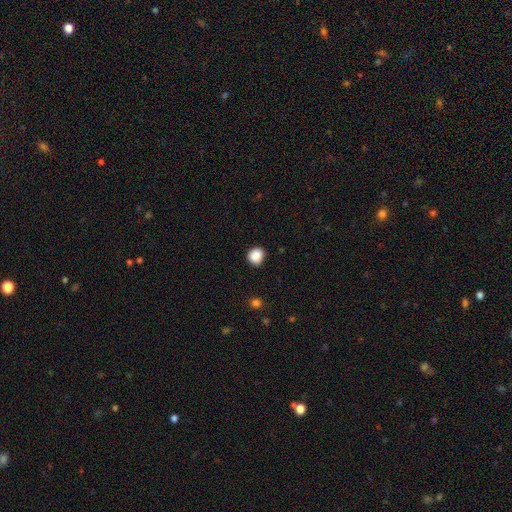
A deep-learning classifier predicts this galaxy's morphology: smooth-or-featured: smooth: 88% | star or artifact: 9% | featured or disk: 3%
  how-rounded: round: 85% | in between: 14% | cigar-shaped: 1%
  merging: none: 87% | minor disturbance: 10% | major disturbance: 2% | merger: 1%